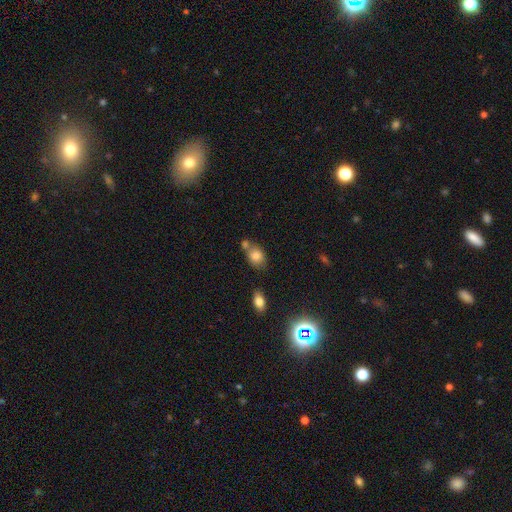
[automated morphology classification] Smooth or featured: smooth — 79% (featured or disk — 10%)
How rounded: in between — 60% (round — 38%)
Merging: none — 54% (merger — 27%)